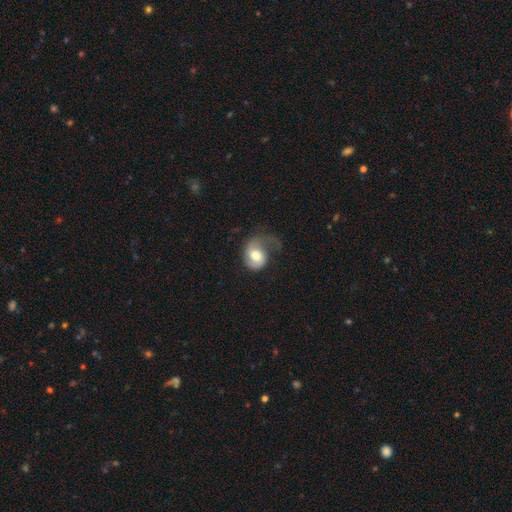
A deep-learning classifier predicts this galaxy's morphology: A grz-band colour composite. It shows a featured or disk galaxy (48%). Merging: major disturbance (45%).